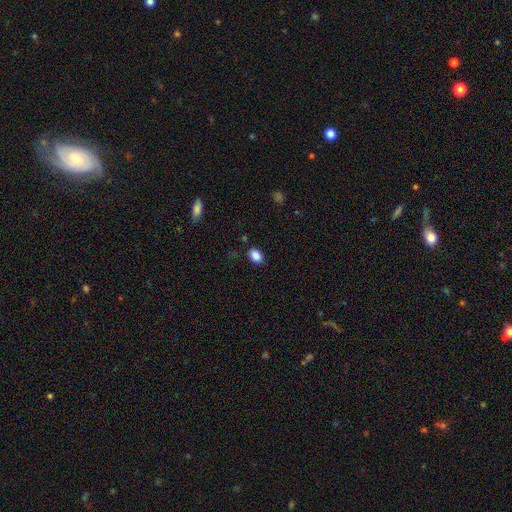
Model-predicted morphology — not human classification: This appears to be a smooth galaxy with no disk features (87%) that is in between round and cigar-shaped (85%). Merging: none (85%).